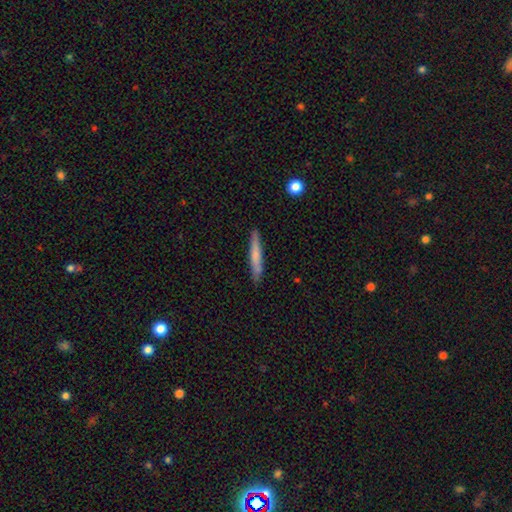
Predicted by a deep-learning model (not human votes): The model was most divided on "smooth or featured": smooth: 66%, featured or disk: 28%, star or artifact: 6%. More confident: how rounded — cigar-shaped (94%); merging — none (87%).